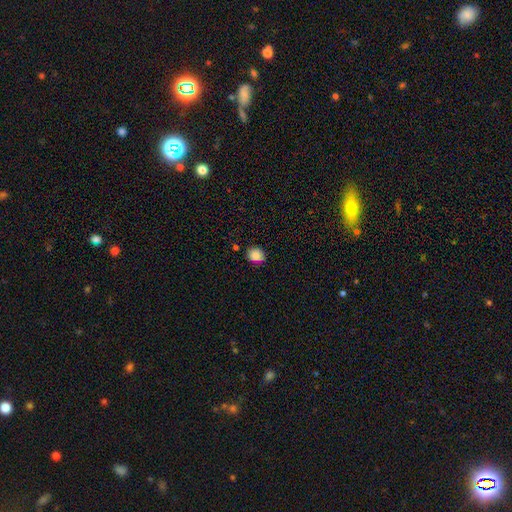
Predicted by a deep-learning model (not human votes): Smooth or featured: smooth — 86% (star or artifact — 10%)
How rounded: round — 70% (in between — 29%)
Merging: none — 79% (minor disturbance — 16%)